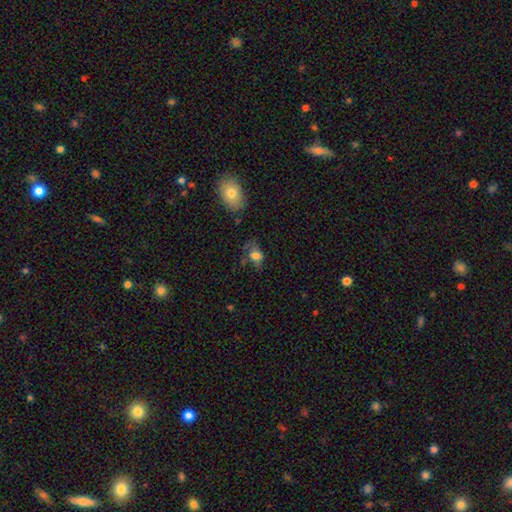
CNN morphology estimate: Smooth or featured? Predicted: smooth (p=0.67). How rounded? Predicted: in between (p=0.72). Merging? Predicted: none (p=0.41).